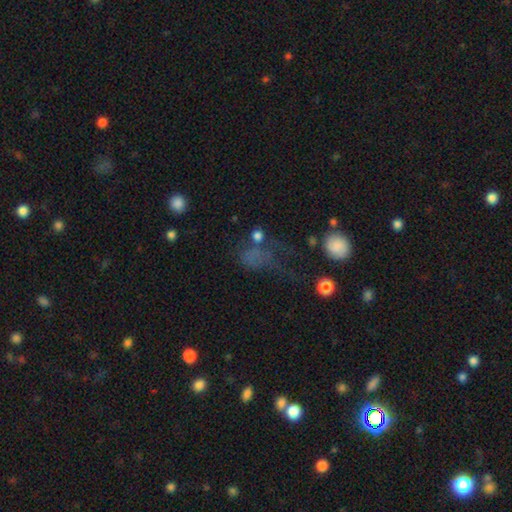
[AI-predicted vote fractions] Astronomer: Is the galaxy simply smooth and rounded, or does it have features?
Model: smooth — 50% (runner-up: star or artifact, 29%).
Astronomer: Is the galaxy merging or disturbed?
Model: major disturbance — 42% (runner-up: none, 33%).